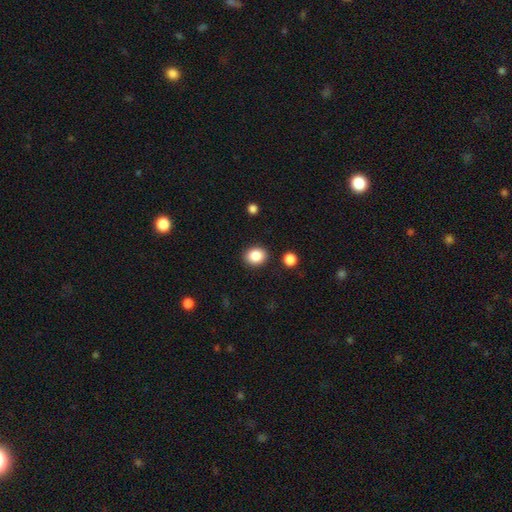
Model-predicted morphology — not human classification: A smooth galaxy with no disk features (87%) that is round (57%).

Vote fractions:
- Smooth or featured? smooth: 87% / star or artifact: 9% / featured or disk: 5%
- How rounded? round: 57% / in between: 42% / cigar-shaped: 1%
- Merging? none: 89% / minor disturbance: 7% / merger: 2% / major disturbance: 2%